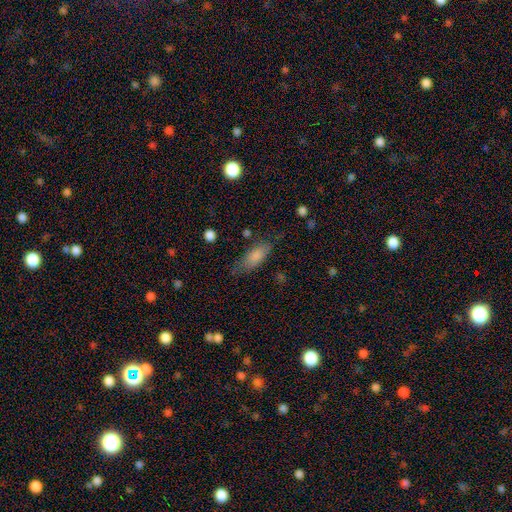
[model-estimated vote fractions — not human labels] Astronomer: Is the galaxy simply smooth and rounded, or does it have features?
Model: smooth — 81%.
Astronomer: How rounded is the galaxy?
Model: in between — 77%.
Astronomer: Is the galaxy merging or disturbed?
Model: none — 66%.